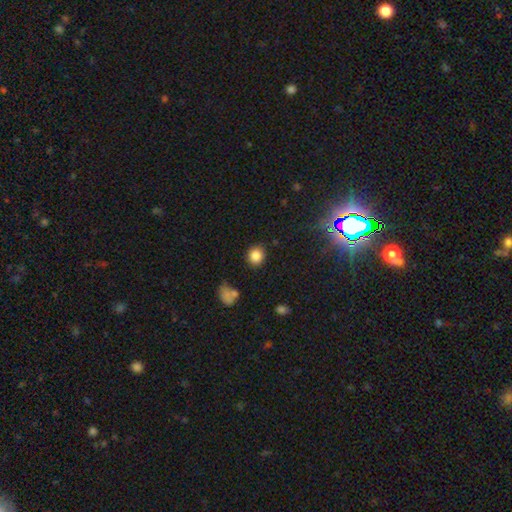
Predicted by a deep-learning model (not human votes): Smooth or featured: smooth — 83% (star or artifact — 12%)
How rounded: round — 85% (in between — 14%)
Merging: none — 86% (minor disturbance — 9%)